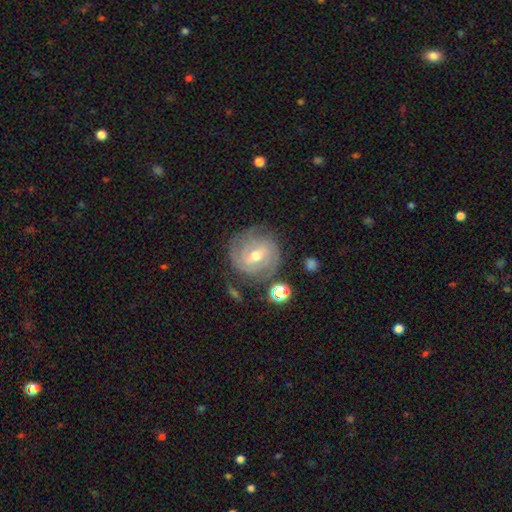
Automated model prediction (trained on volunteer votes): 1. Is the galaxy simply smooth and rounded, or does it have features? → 81% featured or disk, 12% smooth, 7% star or artifact.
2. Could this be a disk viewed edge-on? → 97% no, 3% yes.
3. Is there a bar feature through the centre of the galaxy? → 54% weak, 25% strong, 21% no.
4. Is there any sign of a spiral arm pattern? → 93% yes, 7% no.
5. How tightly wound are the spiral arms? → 72% tight, 22% medium, 5% loose.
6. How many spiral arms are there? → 39% 2, 28% can't tell, 17% 3, 7% 4, 4% 1, 4% more than 4.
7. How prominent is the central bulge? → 67% moderate, 29% small, 3% large, 1% none, 1% dominant.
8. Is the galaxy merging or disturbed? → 76% none, 14% minor disturbance, 6% major disturbance, 3% merger.